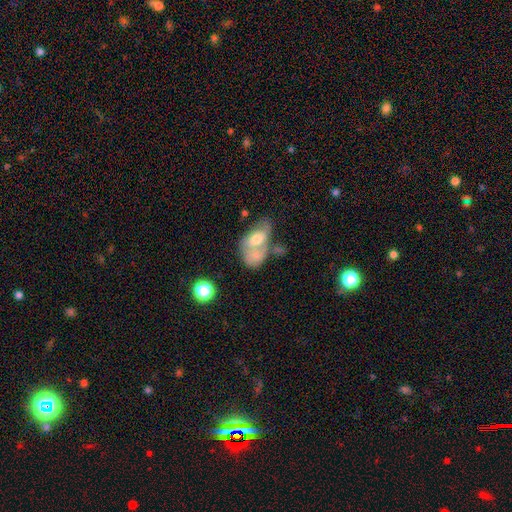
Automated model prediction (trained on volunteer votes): This appears to be a smooth galaxy with no disk features (58%) that is in between round and cigar-shaped (83%). Merging: merger (61%).